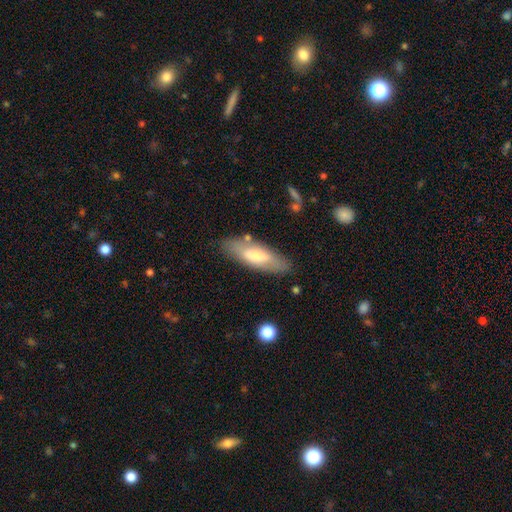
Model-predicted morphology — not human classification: smooth 59%, featured or disk 35%, star or artifact 6%. Down the decision tree: how rounded — in between (58%); merging — none (81%).